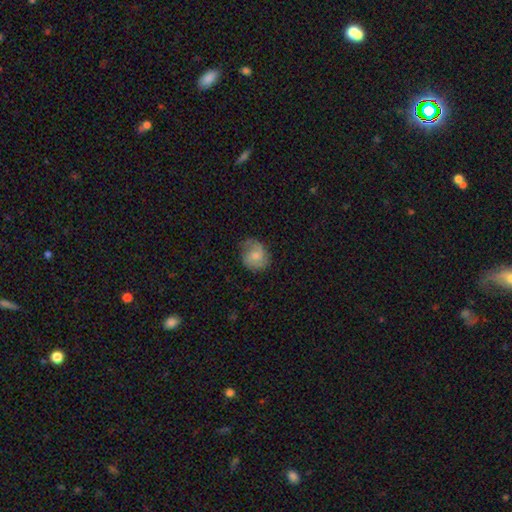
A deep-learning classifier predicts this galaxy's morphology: type=smooth (59%); roundness=round (65%); merging=none (60%).